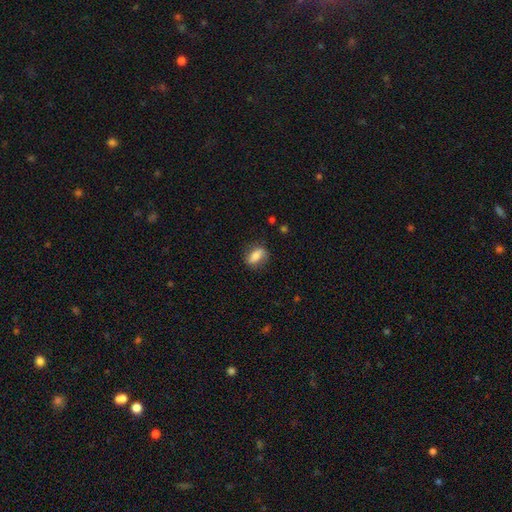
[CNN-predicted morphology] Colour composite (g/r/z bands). It shows a smooth galaxy with no disk features (68%) that is in between round and cigar-shaped (77%). Merging: none (76%).